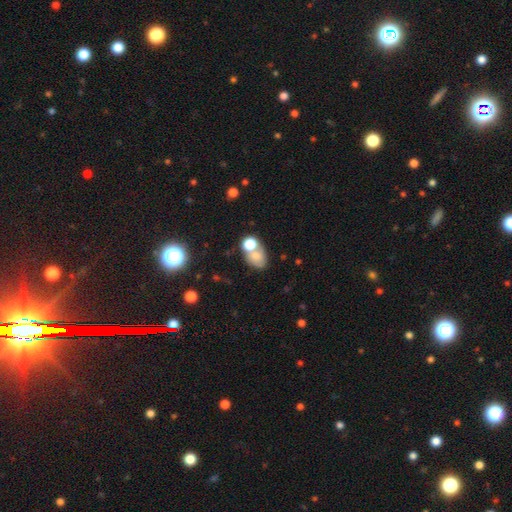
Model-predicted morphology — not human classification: smooth_or_featured: smooth (p=0.70) [alt: featured or disk p=0.17]
how_rounded: in between (p=0.63) [alt: round p=0.36]
merging: merger (p=0.44) [alt: none p=0.36]